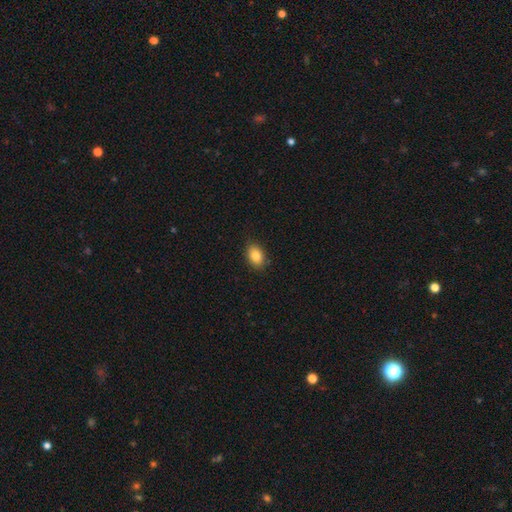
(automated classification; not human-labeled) Smooth or featured? smooth (84%)
How rounded? in between (81%)
Merging? none (86%)